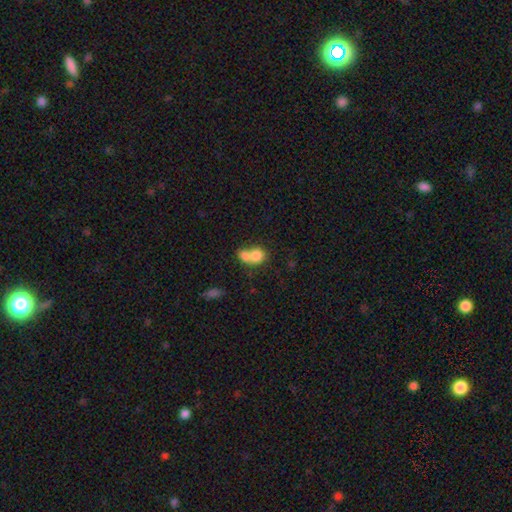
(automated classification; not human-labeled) This is likely a smooth galaxy (77%). How rounded: likely round (65%). Merging: likely merger (68%).